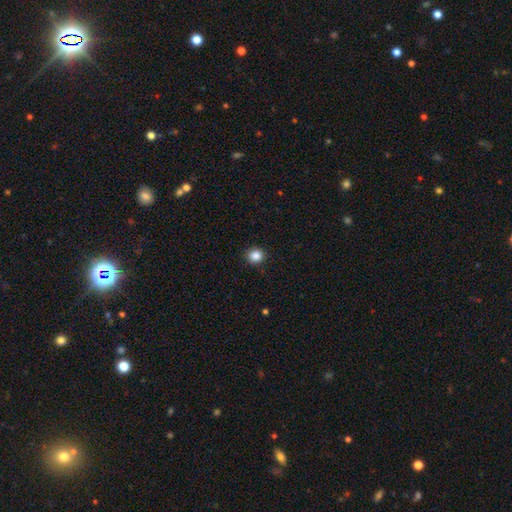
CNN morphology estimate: Smooth or featured: smooth — 86% (star or artifact — 11%)
How rounded: round — 89% (in between — 10%)
Merging: none — 91% (minor disturbance — 6%)